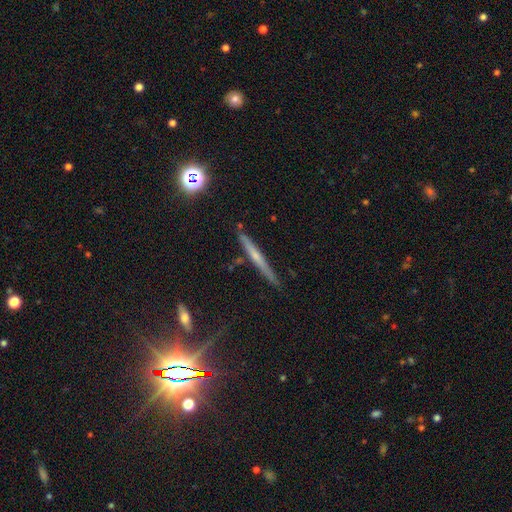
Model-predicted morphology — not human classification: Smooth or featured? featured or disk (57%)
Edge-on disk? yes (96%)
Edge-on bulge? none (51%)
Merging? none (86%)